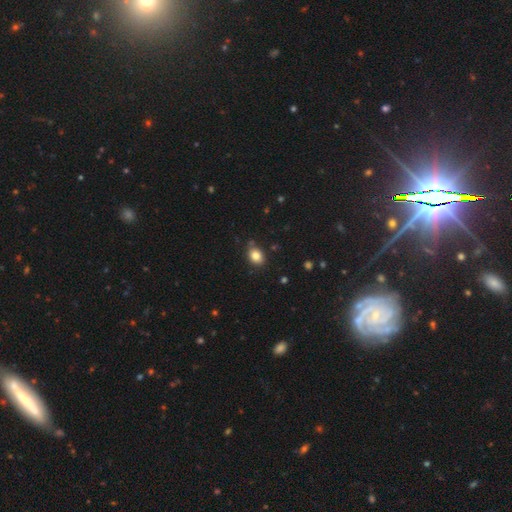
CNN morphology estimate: smooth_or_featured: smooth (p=0.83) [alt: star or artifact p=0.10]
how_rounded: in between (p=0.64) [alt: round p=0.35]
merging: none (p=0.80) [alt: minor disturbance p=0.14]